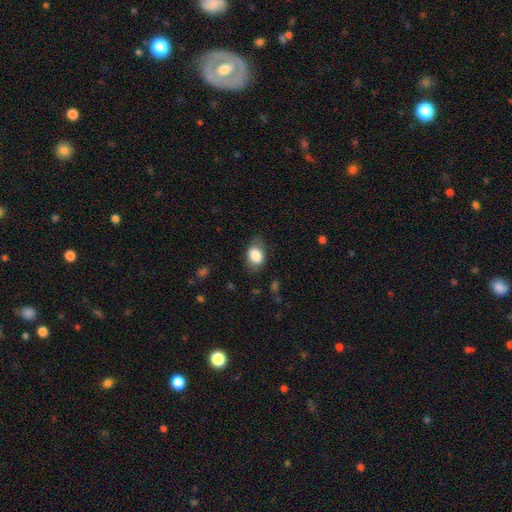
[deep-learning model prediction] Smooth or featured? smooth (83%)
How rounded? in between (77%)
Merging? none (72%)